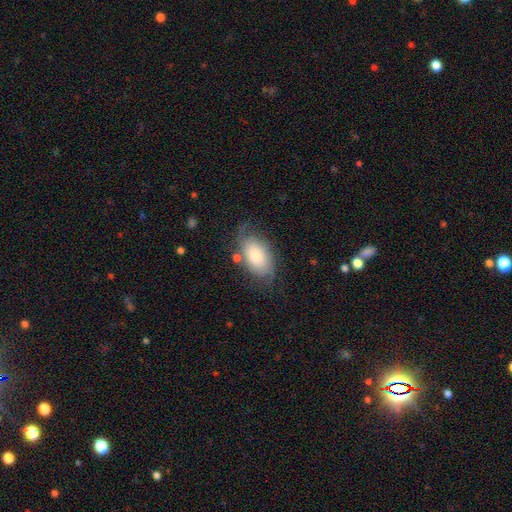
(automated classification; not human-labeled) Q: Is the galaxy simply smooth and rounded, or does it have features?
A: smooth — 59%.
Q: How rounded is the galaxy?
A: in between — 92%.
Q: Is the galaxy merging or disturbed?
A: none — 55%.